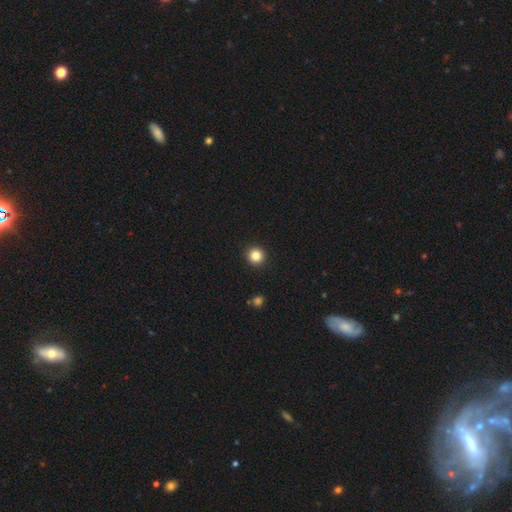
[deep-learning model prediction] The model was most divided on "smooth or featured": smooth: 84%, star or artifact: 11%, featured or disk: 5%. More confident: how rounded — round (95%); merging — none (93%).